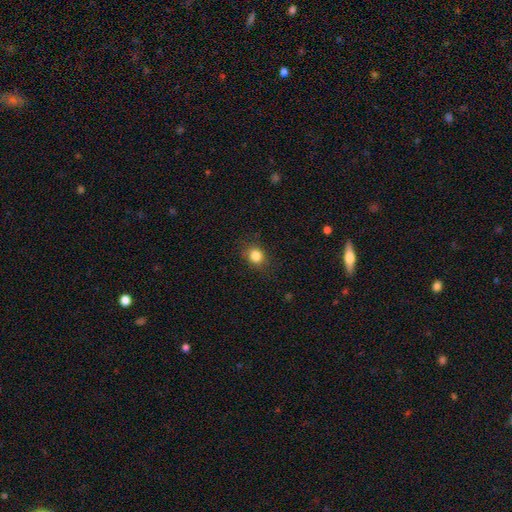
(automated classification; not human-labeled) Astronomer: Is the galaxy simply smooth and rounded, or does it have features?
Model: smooth — 84%.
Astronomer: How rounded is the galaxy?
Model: round — 68%.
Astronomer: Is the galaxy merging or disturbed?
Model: none — 84%.